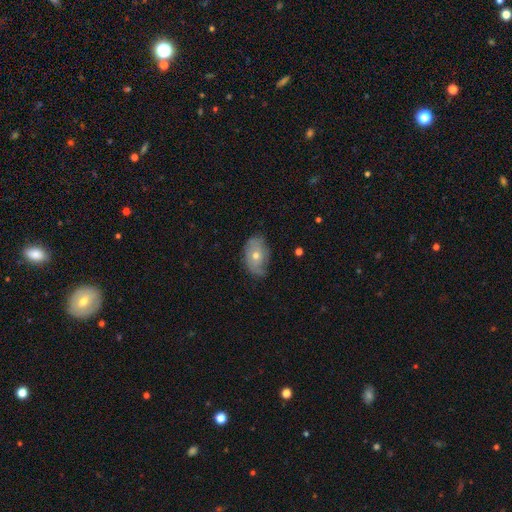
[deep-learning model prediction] This is possibly a featured or disk galaxy (51%). It is clearly not viewed edge-on (92%). Merging: likely none (63%).